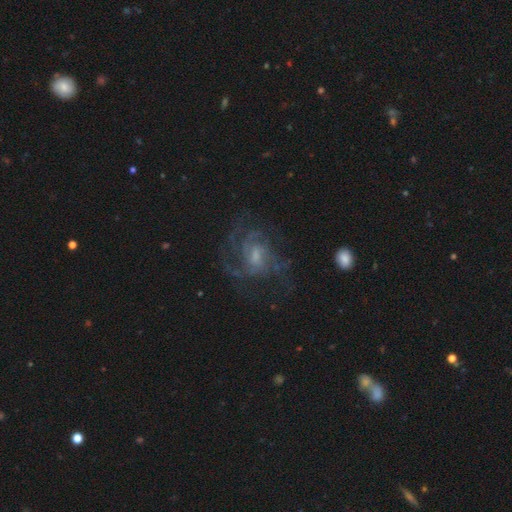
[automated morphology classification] This appears to be a featured or disk galaxy (81%) with a weak bar (50%), medium (44%) spiral arms (91%) and a small central bulge (45%). Merging: none (59%).